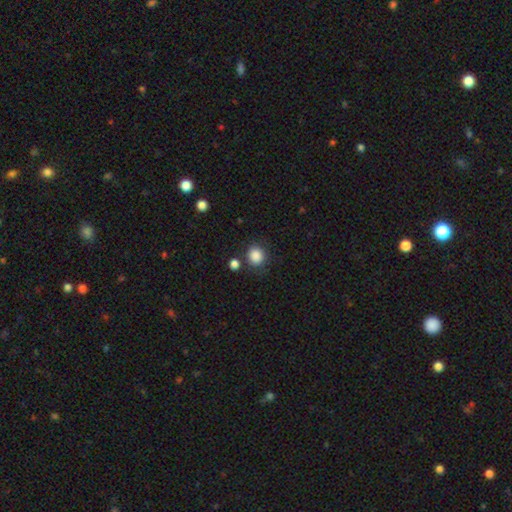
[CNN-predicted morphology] Q: Smooth or featured?
A: smooth (86%); runner-up: star or artifact (10%)
Q: How rounded?
A: round (84%); runner-up: in between (15%)
Q: Merging?
A: none (79%); runner-up: minor disturbance (11%)